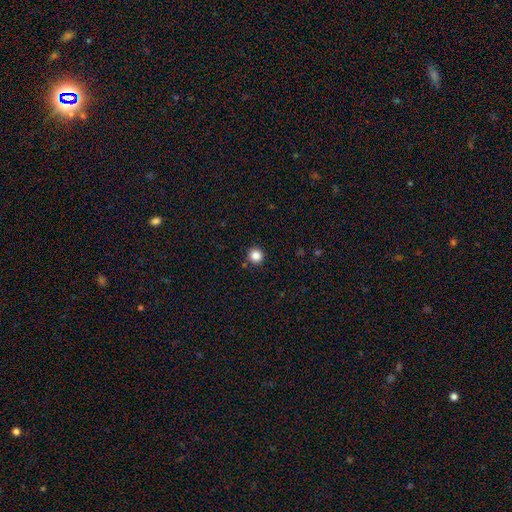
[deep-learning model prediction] A smooth galaxy with no disk features (85%) that is round (95%).

Vote fractions:
- Smooth or featured? smooth: 85% / star or artifact: 11% / featured or disk: 4%
- How rounded? round: 95% / in between: 4% / cigar-shaped: 1%
- Merging? none: 91% / minor disturbance: 5% / merger: 2% / major disturbance: 2%